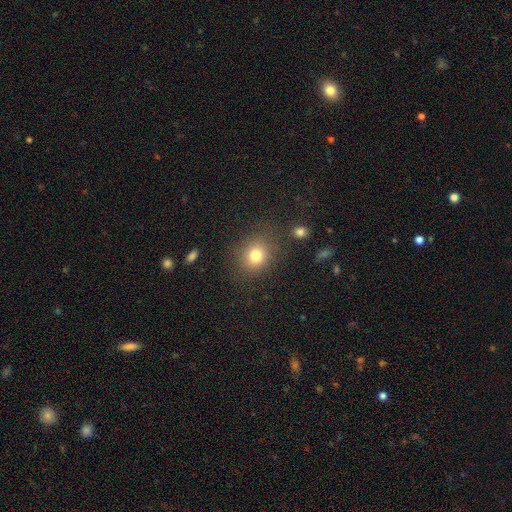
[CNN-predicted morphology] Smooth or featured? Predicted: smooth (p=0.78). How rounded? Predicted: round (p=0.68). Merging? Predicted: none (p=0.81).